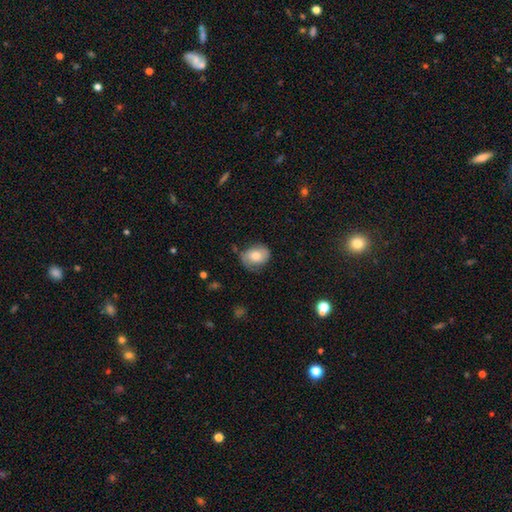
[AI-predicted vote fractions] smooth 64%, featured or disk 28%, star or artifact 8%. Down the decision tree: how rounded — in between (51%); merging — none (65%).